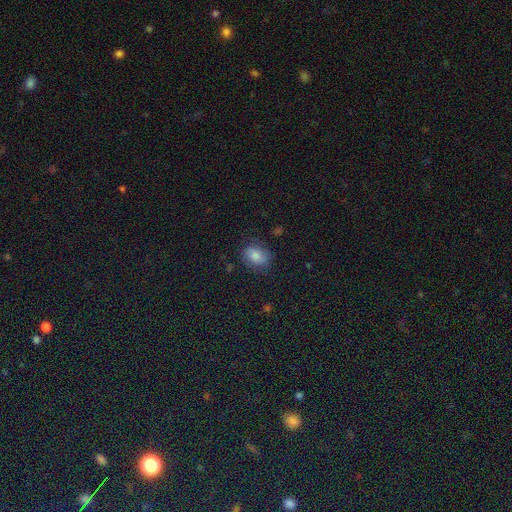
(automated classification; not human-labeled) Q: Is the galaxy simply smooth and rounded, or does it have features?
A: smooth — 79%.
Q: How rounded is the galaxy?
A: in between — 79%.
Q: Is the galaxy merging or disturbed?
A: none — 74%.